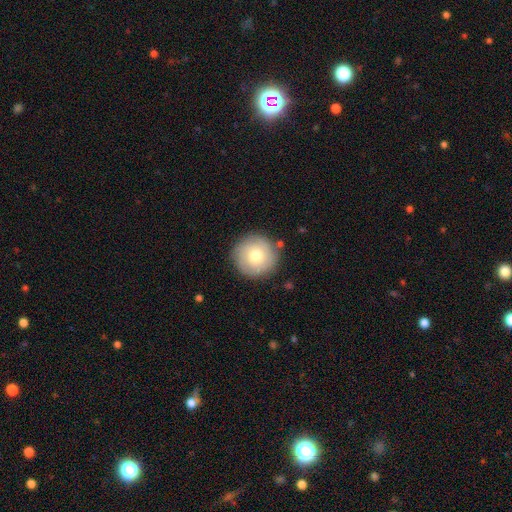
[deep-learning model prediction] A smooth galaxy with no disk features (72%) that is round (96%). Merging: none (86%).